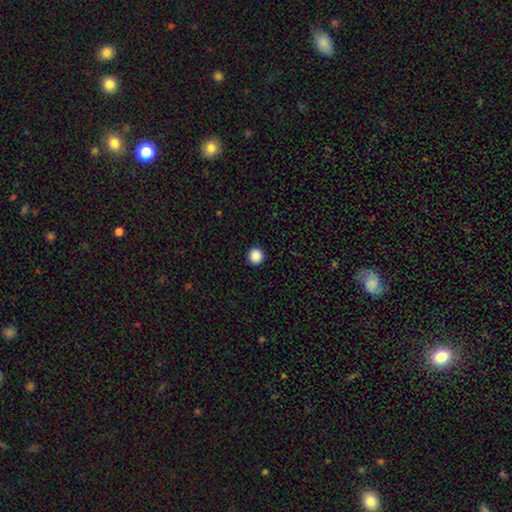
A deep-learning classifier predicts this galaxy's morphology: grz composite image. It shows a smooth galaxy with no disk features (88%) that is round (94%). Merging: none (94%).